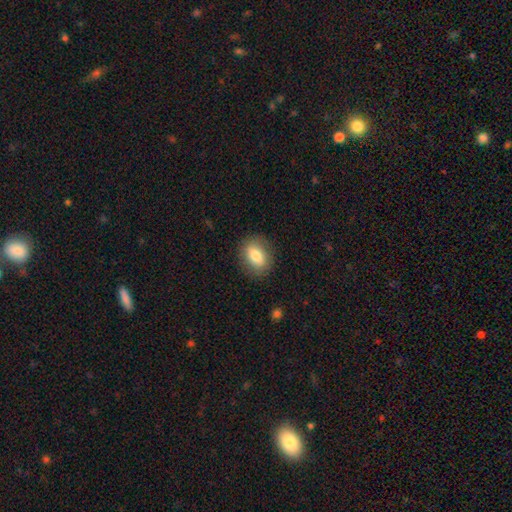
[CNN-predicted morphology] Overall: smooth (79%). How rounded: in between (68%; round 30%). Merging: none (85%).